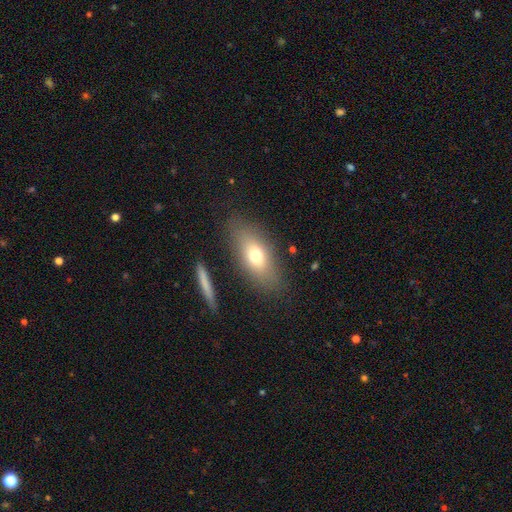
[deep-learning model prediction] Morphology: type=smooth (68%); roundness=in between (77%); merging=none (80%).